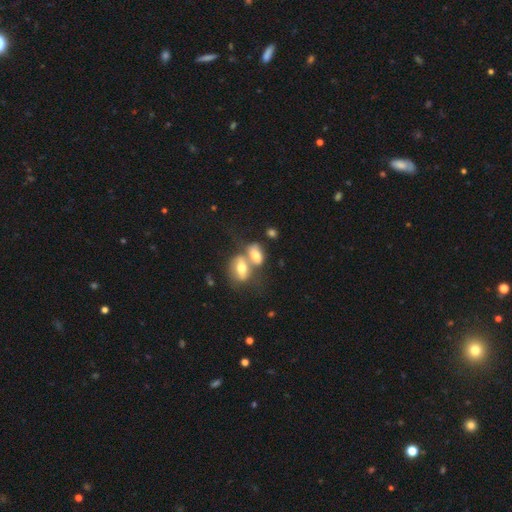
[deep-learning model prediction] smooth_or_featured: smooth (p=0.62) [alt: featured or disk p=0.30]
how_rounded: in between (p=0.85) [alt: round p=0.09]
merging: merger (p=0.64) [alt: none p=0.22]